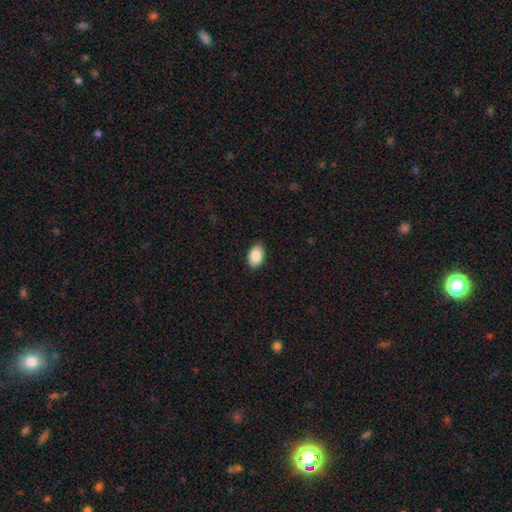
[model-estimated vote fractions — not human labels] The model was most divided on "smooth or featured": smooth: 87%, star or artifact: 7%, featured or disk: 6%. More confident: how rounded — in between (91%); merging — none (90%).